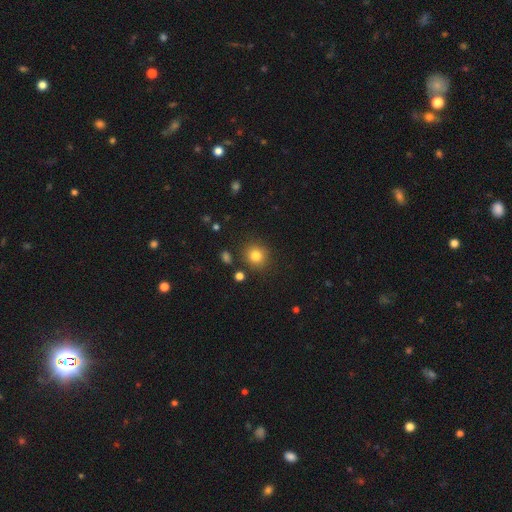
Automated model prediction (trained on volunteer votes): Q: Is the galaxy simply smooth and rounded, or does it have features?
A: smooth — 81%.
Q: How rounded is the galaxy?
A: round — 86%.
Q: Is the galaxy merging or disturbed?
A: none — 85%.